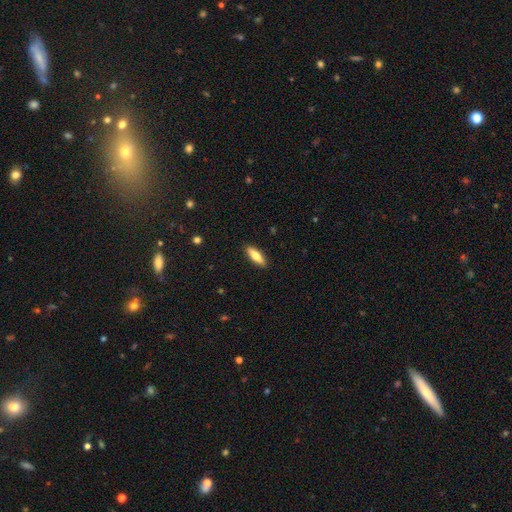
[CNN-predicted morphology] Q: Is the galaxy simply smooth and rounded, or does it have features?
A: smooth — 72%.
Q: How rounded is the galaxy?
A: cigar-shaped — 51%.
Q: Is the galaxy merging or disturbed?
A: none — 90%.